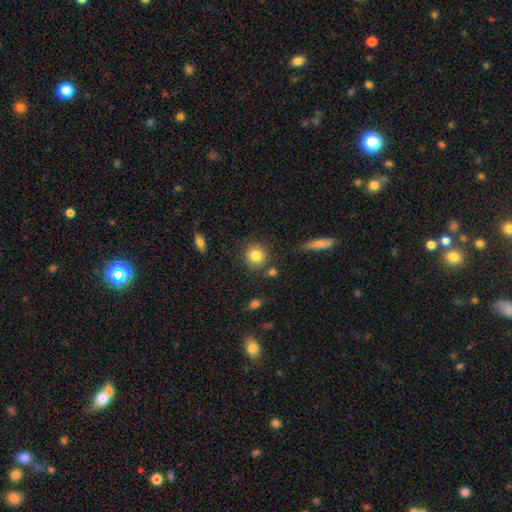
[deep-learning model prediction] This is clearly a smooth galaxy (83%). How rounded: clearly round (86%). Merging: likely none (80%).